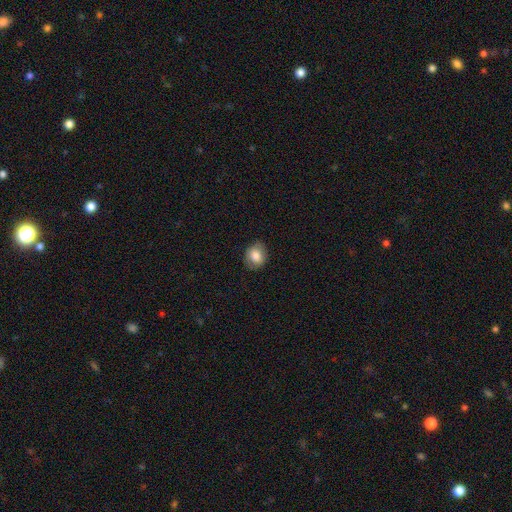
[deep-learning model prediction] A smooth galaxy with no disk features (79%) that is round (64%).

Vote fractions:
- Smooth or featured? smooth: 79% / featured or disk: 12% / star or artifact: 9%
- How rounded? round: 64% / in between: 35% / cigar-shaped: 1%
- Merging? none: 83% / minor disturbance: 13% / major disturbance: 3% / merger: 1%